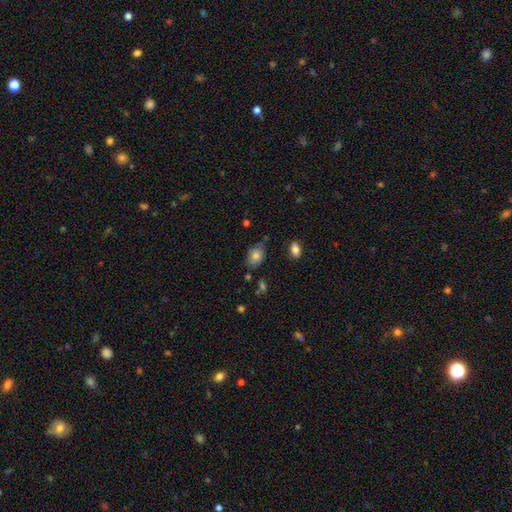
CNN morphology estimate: Q: Smooth or featured?
A: smooth (78%); runner-up: featured or disk (12%)
Q: How rounded?
A: in between (71%); runner-up: round (27%)
Q: Merging?
A: none (68%); runner-up: minor disturbance (24%)